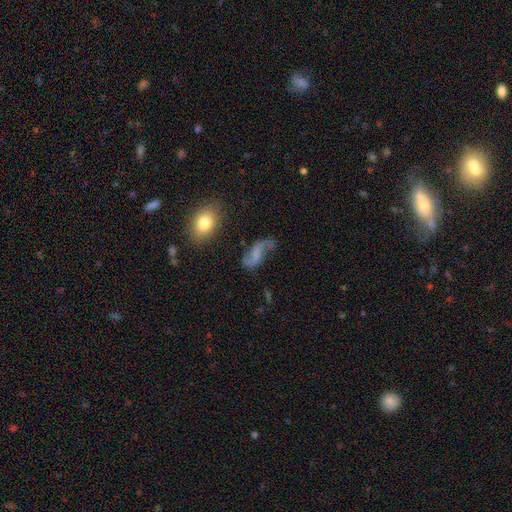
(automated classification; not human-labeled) The model was most divided on "bar": no: 42%, weak: 41%, strong: 17%. More confident: edge-on disk — no (96%); spiral arms — yes (90%); spiral arm count — 2 (90%); spiral winding — loose (79%); smooth or featured — featured or disk (70%); merging — none (60%); bulge size — none (57%).